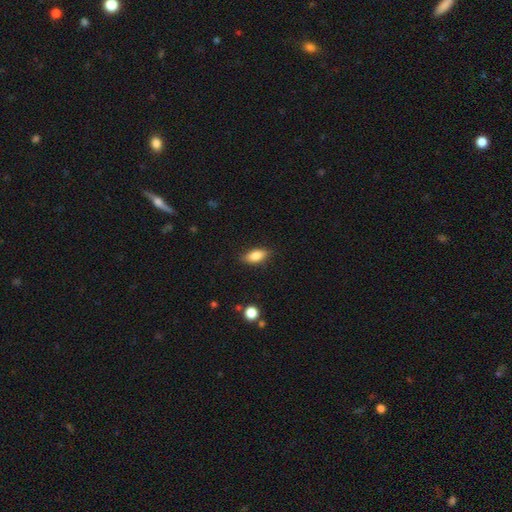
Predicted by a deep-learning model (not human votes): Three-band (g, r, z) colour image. It shows a smooth galaxy with no disk features (82%) that is in between round and cigar-shaped (85%). Merging: none (84%).